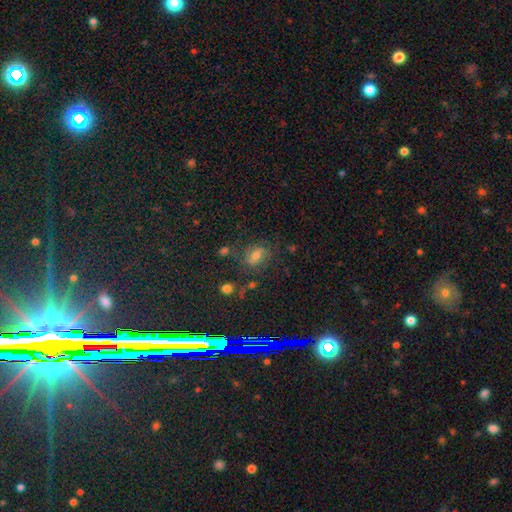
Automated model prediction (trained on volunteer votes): smooth_or_featured: smooth (p=0.37) [alt: star or artifact p=0.36]
merging: none (p=0.72) [alt: minor disturbance p=0.16]